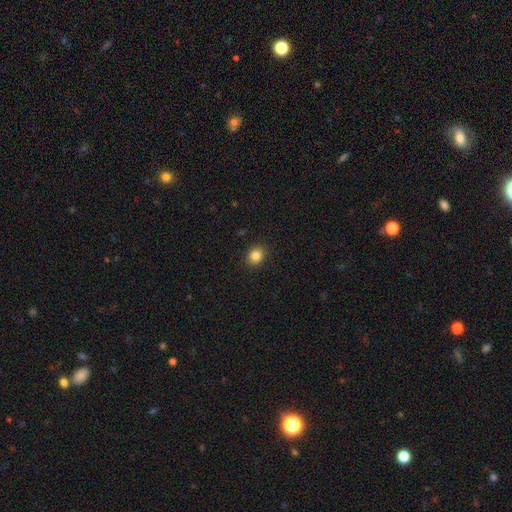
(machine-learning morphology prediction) Smooth or featured?
  - smooth: 85% *
  - star or artifact: 11%
  - featured or disk: 5%
How rounded?
  - round: 66% *
  - in between: 33%
  - cigar-shaped: 1%
Merging?
  - none: 90% *
  - minor disturbance: 7%
  - major disturbance: 2%
  - merger: 1%